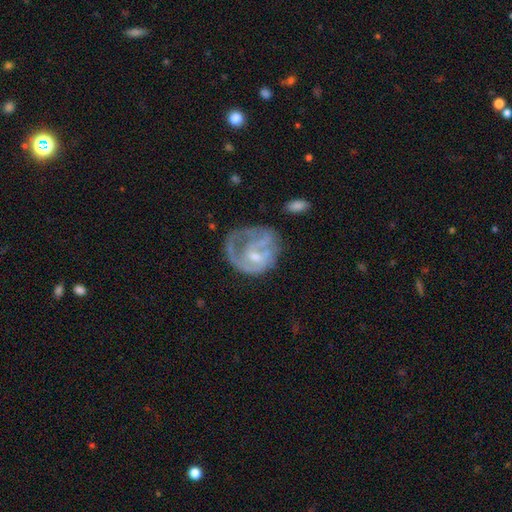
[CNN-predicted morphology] Overall: featured or disk (68%). Edge-on disk: no (98%). Bar: no (62%; weak 33%). Spiral arms: yes (58%; no 42%). Bulge size: small (48%; moderate 35%). Merging: major disturbance (36%, tied with none).